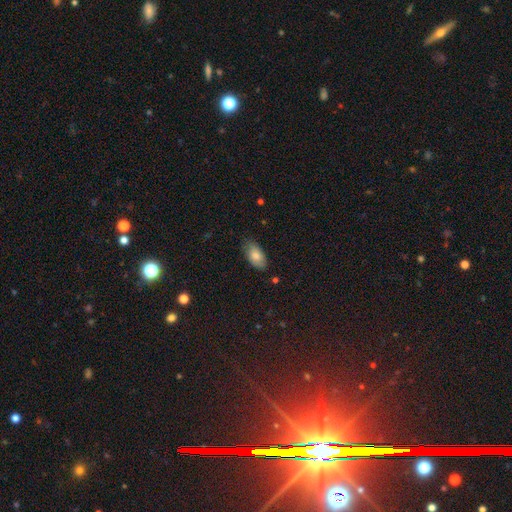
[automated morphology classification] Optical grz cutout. It shows a smooth galaxy with no disk features (80%) that is in between round and cigar-shaped (93%). Merging: none (78%).